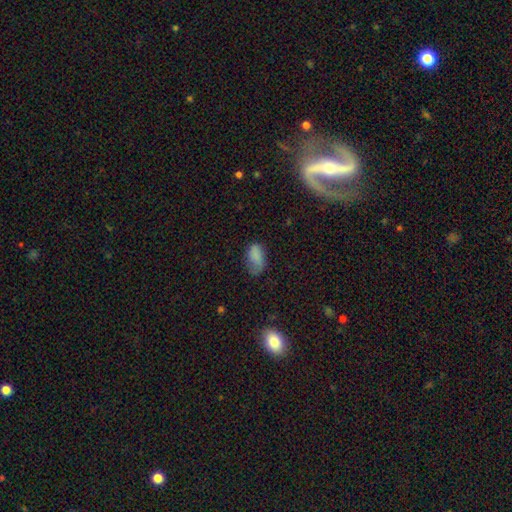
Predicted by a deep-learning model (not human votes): This is clearly a smooth galaxy (81%). How rounded: clearly in between (93%). Merging: possibly none (49%).